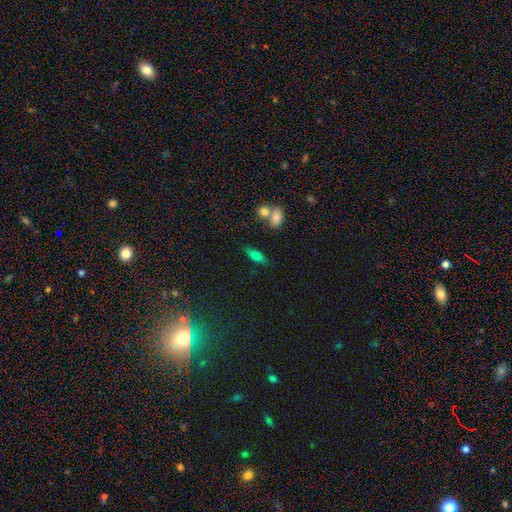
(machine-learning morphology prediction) type=smooth (65%); roundness=in between (61%); merging=none (72%).